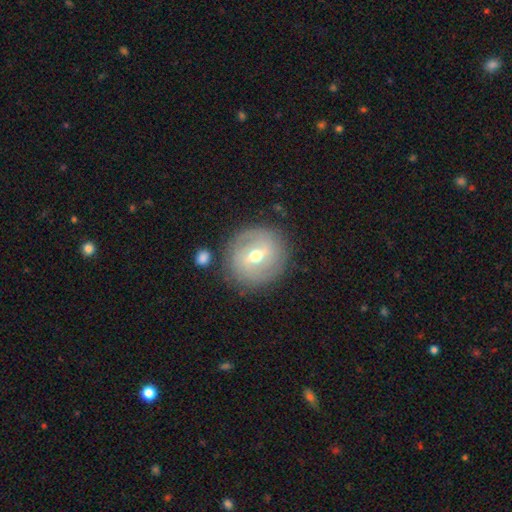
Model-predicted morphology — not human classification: Smooth or featured? featured or disk (66%)
Edge-on disk? no (94%)
Bar? weak (53%)
Spiral arms? yes (65%)
Bulge size? moderate (74%)
Merging? none (82%)